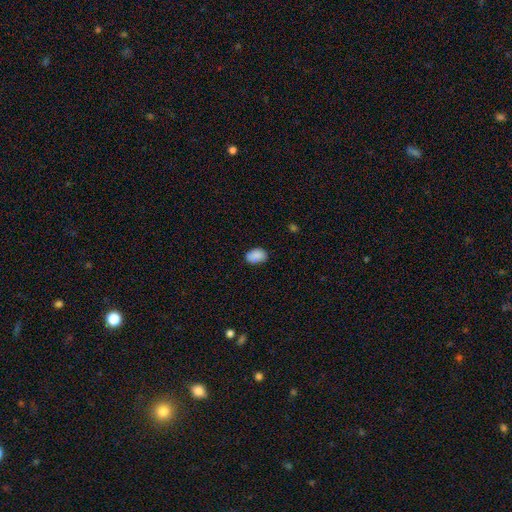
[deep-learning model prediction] Q: Smooth or featured?
A: smooth (88%); runner-up: star or artifact (8%)
Q: How rounded?
A: in between (83%); runner-up: round (16%)
Q: Merging?
A: none (77%); runner-up: minor disturbance (18%)